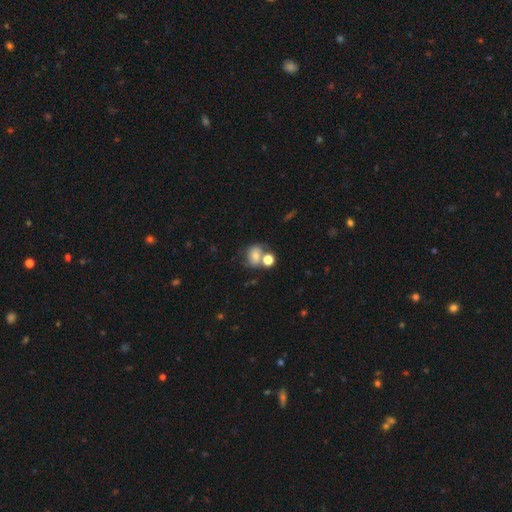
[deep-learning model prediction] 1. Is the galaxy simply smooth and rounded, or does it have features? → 66% smooth, 22% featured or disk, 12% star or artifact.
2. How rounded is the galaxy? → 57% round, 42% in between, 1% cigar-shaped.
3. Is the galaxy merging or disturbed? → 41% none, 38% merger, 14% minor disturbance, 7% major disturbance.